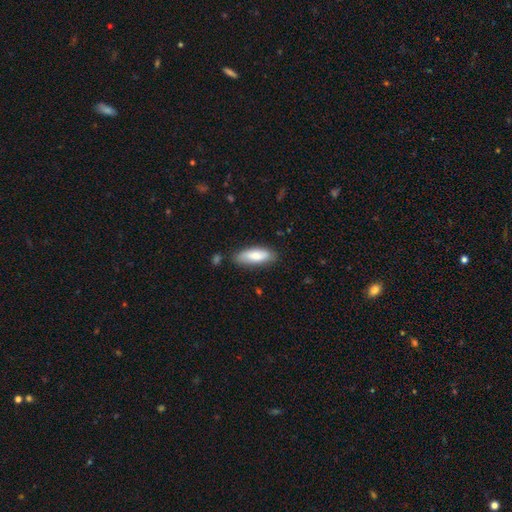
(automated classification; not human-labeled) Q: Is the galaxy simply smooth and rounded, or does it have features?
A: smooth — 79%.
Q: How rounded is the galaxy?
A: in between — 69%.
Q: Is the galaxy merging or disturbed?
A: none — 79%.